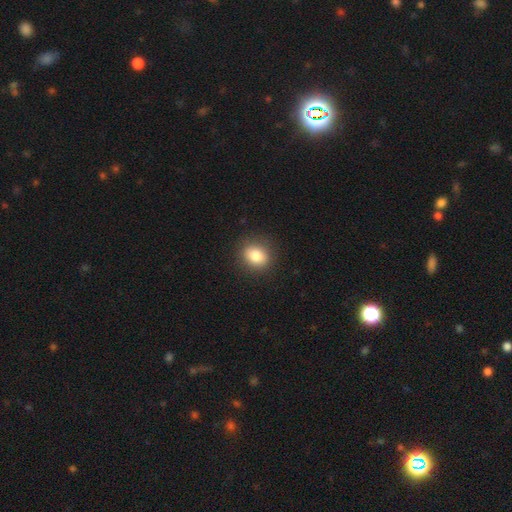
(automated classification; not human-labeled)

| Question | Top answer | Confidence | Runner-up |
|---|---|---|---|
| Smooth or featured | smooth | 82% | star or artifact (10%) |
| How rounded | round | 72% | in between (27%) |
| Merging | none | 88% | minor disturbance (8%) |